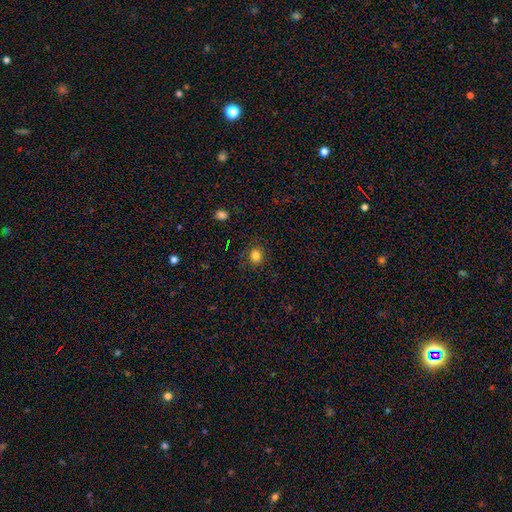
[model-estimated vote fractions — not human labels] Smooth or featured?
  - smooth: 83% *
  - star or artifact: 12%
  - featured or disk: 5%
How rounded?
  - round: 80% *
  - in between: 19%
  - cigar-shaped: 1%
Merging?
  - none: 87% *
  - minor disturbance: 9%
  - major disturbance: 3%
  - merger: 1%